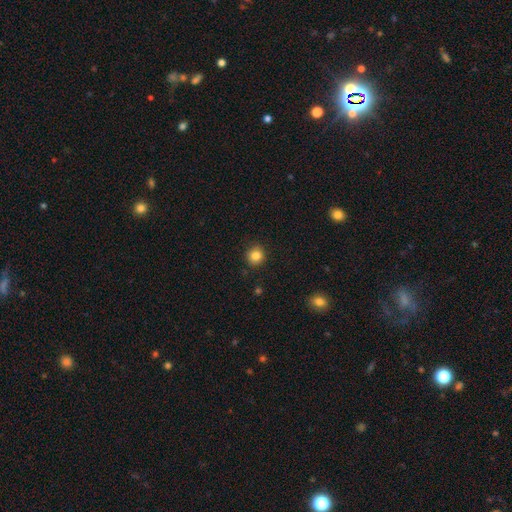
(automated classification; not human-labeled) smooth_or_featured: smooth (p=0.84) [alt: star or artifact p=0.11]
how_rounded: round (p=0.91) [alt: in between p=0.08]
merging: none (p=0.89) [alt: minor disturbance p=0.08]